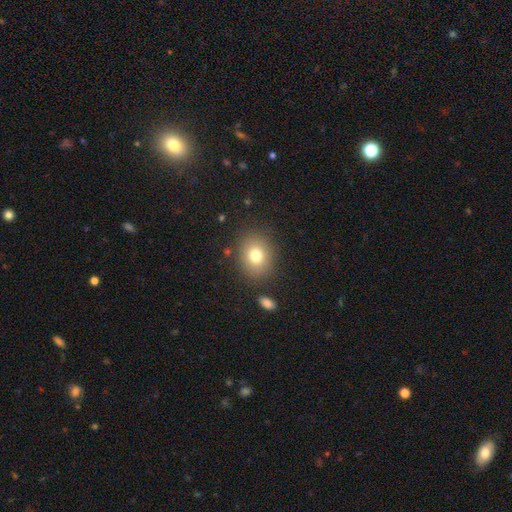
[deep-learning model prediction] Morphology: type=smooth (76%); roundness=round (60%); merging=none (84%).